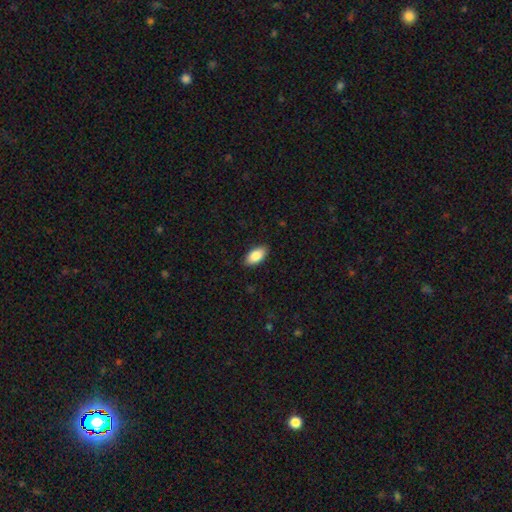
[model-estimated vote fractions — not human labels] smooth-or-featured: smooth: 86% | featured or disk: 7% | star or artifact: 6%
  how-rounded: in between: 93% | cigar-shaped: 4% | round: 3%
  merging: none: 87% | minor disturbance: 10% | major disturbance: 2% | merger: 1%